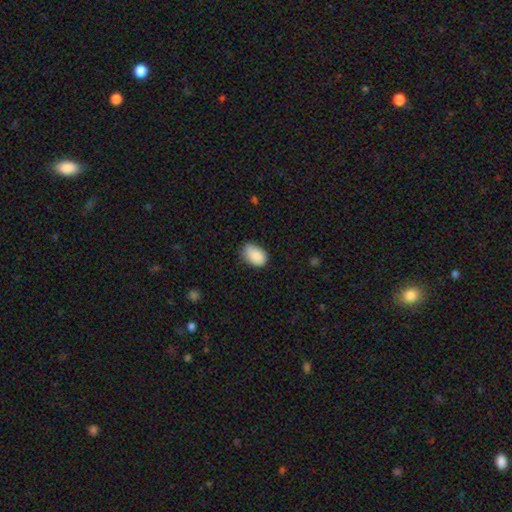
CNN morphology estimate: The model was most divided on "merging": none: 63%, minor disturbance: 31%, major disturbance: 5%, merger: 1%. More confident: smooth or featured — smooth (87%); how rounded — in between (87%).